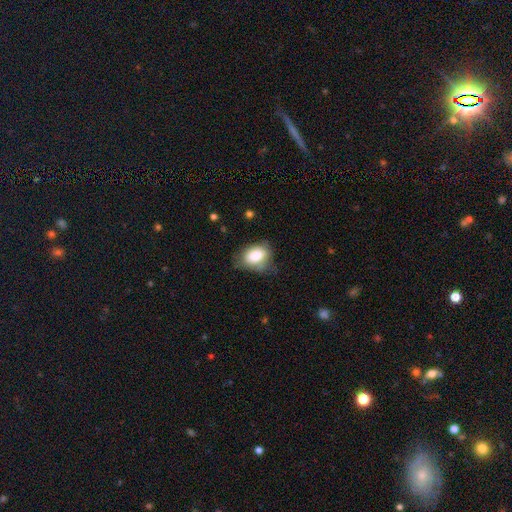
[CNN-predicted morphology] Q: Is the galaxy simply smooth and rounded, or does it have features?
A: smooth — 81%.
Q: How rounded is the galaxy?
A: in between — 78%.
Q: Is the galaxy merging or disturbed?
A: none — 58%.